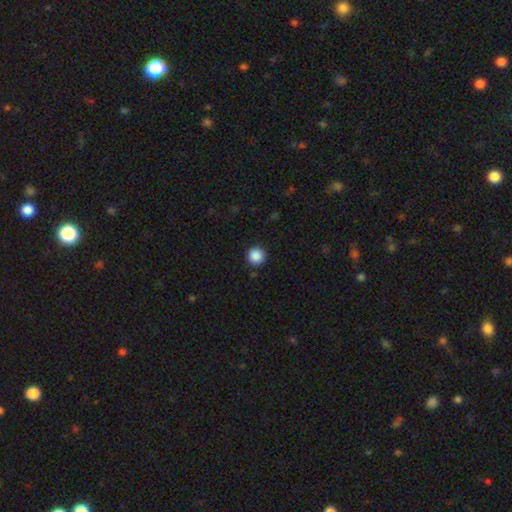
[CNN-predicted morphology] The model was most divided on "smooth or featured": smooth: 88%, star or artifact: 10%, featured or disk: 2%. More confident: how rounded — round (96%); merging — none (92%).